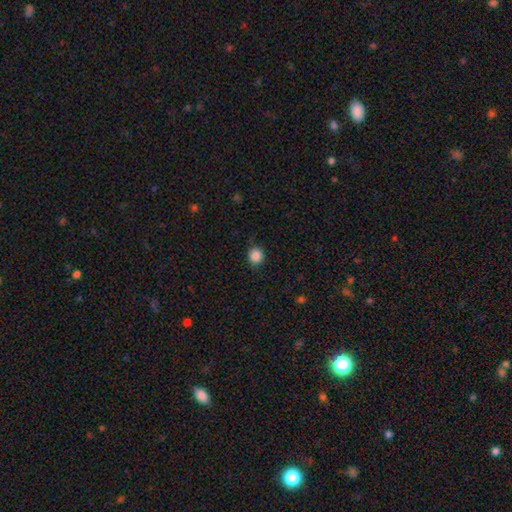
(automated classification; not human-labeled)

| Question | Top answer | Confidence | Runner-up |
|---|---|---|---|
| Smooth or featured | smooth | 86% | star or artifact (10%) |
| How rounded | round | 88% | in between (11%) |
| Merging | none | 87% | minor disturbance (9%) |